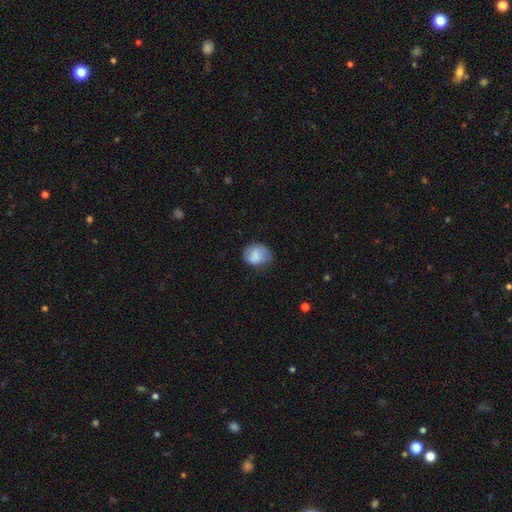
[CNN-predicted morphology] A smooth galaxy with no disk features (76%) that is round (62%).

Vote fractions:
- Smooth or featured? smooth: 76% / featured or disk: 16% / star or artifact: 8%
- How rounded? round: 62% / in between: 37% / cigar-shaped: 1%
- Merging? none: 51% / minor disturbance: 34% / major disturbance: 13% / merger: 2%